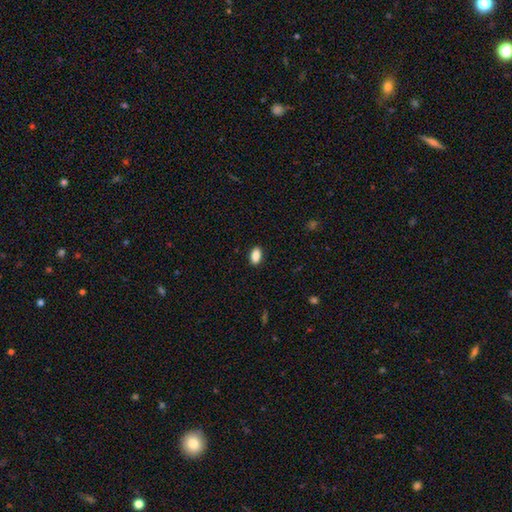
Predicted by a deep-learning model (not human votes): This appears to be a smooth galaxy with no disk features (88%) that is in between round and cigar-shaped (90%). Merging: none (89%).